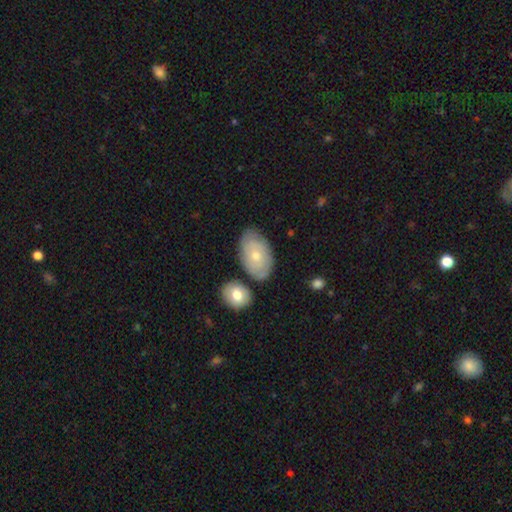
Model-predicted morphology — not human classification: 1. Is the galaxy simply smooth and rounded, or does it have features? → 58% smooth, 36% featured or disk, 6% star or artifact.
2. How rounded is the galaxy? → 92% in between, 7% round, 1% cigar-shaped.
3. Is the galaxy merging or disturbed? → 67% none, 20% minor disturbance, 9% merger, 4% major disturbance.